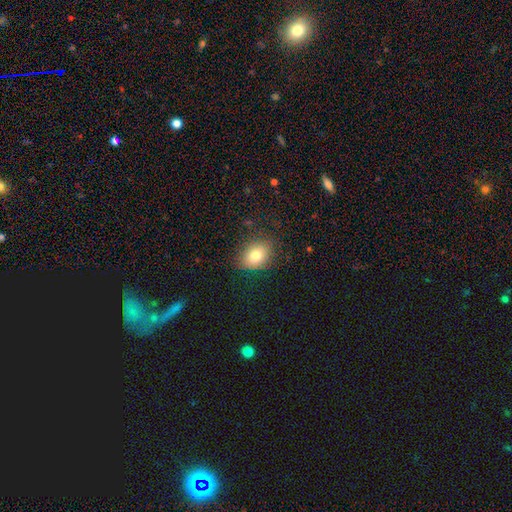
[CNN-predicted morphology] smooth_or_featured: smooth (p=0.79) [alt: featured or disk p=0.11]
how_rounded: in between (p=0.67) [alt: round p=0.32]
merging: none (p=0.81) [alt: minor disturbance p=0.14]